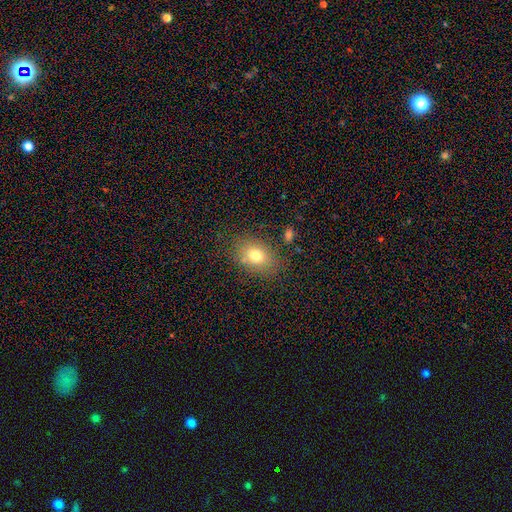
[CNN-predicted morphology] Smooth or featured? Predicted: smooth (p=0.75). How rounded? Predicted: in between (p=0.73). Merging? Predicted: none (p=0.78).